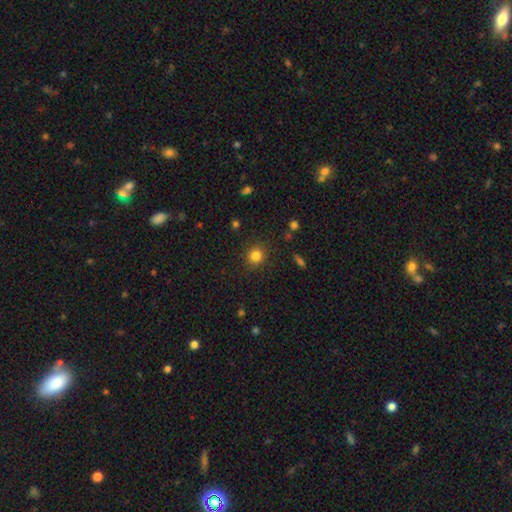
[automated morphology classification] Smooth or featured: smooth — 83% (star or artifact — 12%)
How rounded: round — 85% (in between — 14%)
Merging: none — 88% (minor disturbance — 7%)